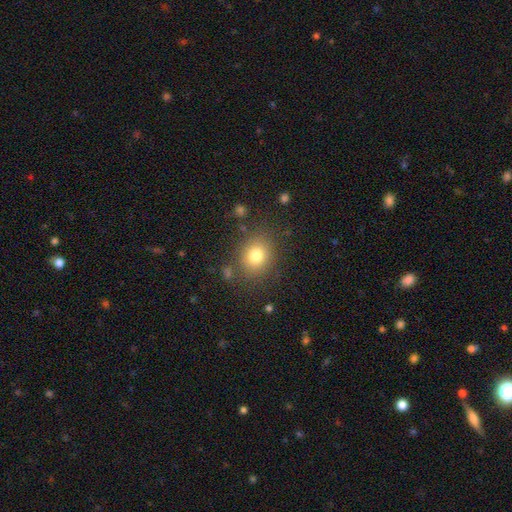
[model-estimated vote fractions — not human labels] The model was most divided on "how rounded": round: 68%, in between: 31%, cigar-shaped: 1%. More confident: merging — none (81%); smooth or featured — smooth (78%).